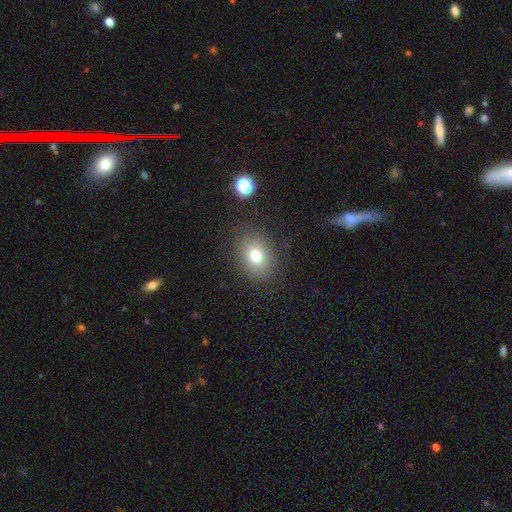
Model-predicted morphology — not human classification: The model was most divided on "how rounded": in between: 51%, round: 48%, cigar-shaped: 1%. More confident: merging — none (86%); smooth or featured — smooth (76%).